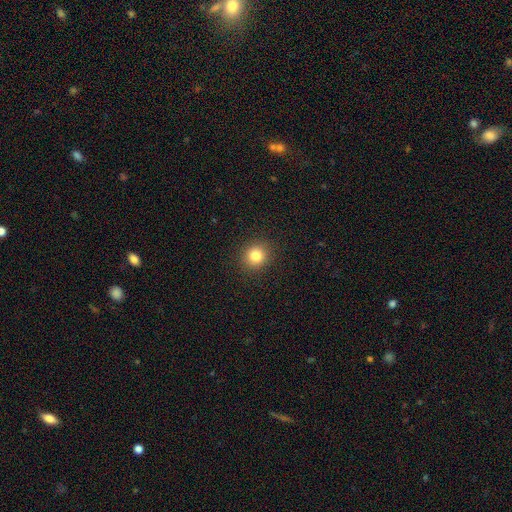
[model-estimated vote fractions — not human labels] smooth_or_featured: smooth (p=0.82) [alt: star or artifact p=0.12]
how_rounded: round (p=0.88) [alt: in between p=0.11]
merging: none (p=0.91) [alt: minor disturbance p=0.06]